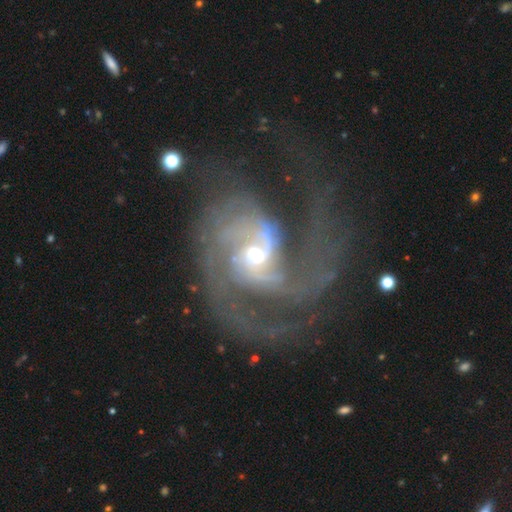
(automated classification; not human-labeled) featured or disk 88%, star or artifact 6%, smooth 5%. Down the decision tree: edge-on disk — no (98%); bar — no (54%); spiral arms — yes (94%); spiral arm count — 2 (41%); spiral winding — medium (46%); bulge size — moderate (58%); merging — major disturbance (40%, tied with none).